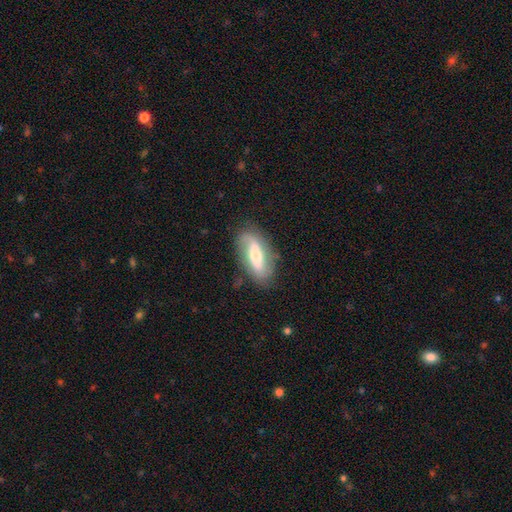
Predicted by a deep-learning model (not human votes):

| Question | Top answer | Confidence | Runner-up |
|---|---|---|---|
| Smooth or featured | featured or disk | 62% | smooth (32%) |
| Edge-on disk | no | 84% | yes (16%) |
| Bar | strong | 42% | weak (32%) |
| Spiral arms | yes | 78% | no (22%) |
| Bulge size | moderate | 58% | small (28%) |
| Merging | none | 77% | minor disturbance (16%) |